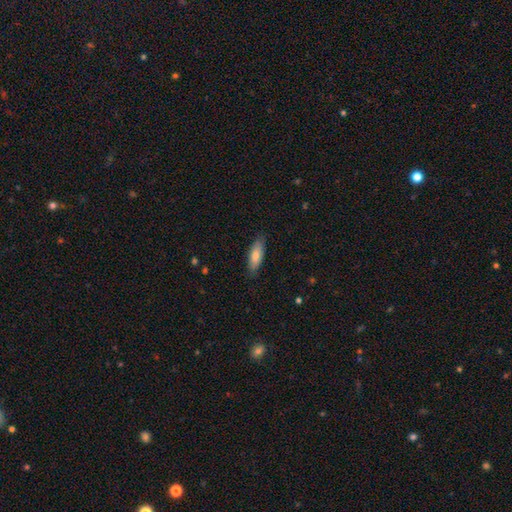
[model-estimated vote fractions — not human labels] Smooth or featured?
  - smooth: 80% *
  - featured or disk: 14%
  - star or artifact: 6%
How rounded?
  - in between: 67% *
  - cigar-shaped: 31%
  - round: 2%
Merging?
  - none: 82% *
  - minor disturbance: 14%
  - major disturbance: 3%
  - merger: 1%